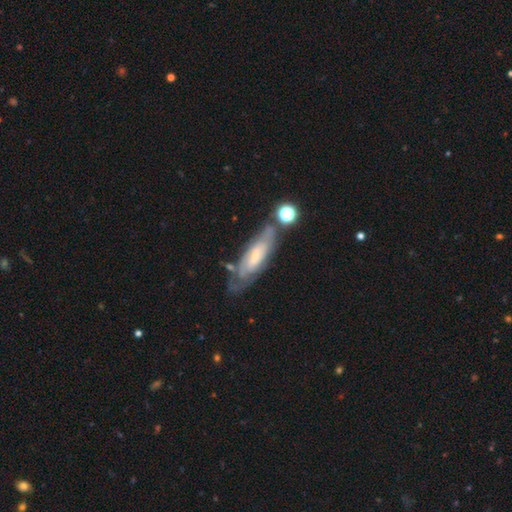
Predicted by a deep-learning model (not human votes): Q: Smooth or featured?
A: featured or disk (61%); runner-up: smooth (31%)
Q: Edge-on disk?
A: no (72%); runner-up: yes (28%)
Q: Merging?
A: none (57%); runner-up: minor disturbance (23%)